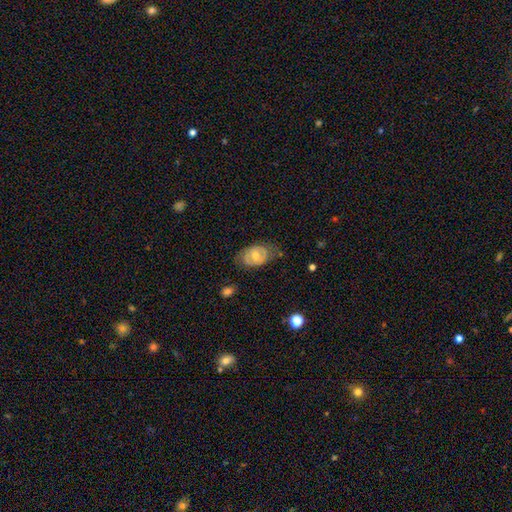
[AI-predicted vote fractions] Q: Smooth or featured?
A: featured or disk (56%); runner-up: smooth (37%)
Q: Edge-on disk?
A: no (95%); runner-up: yes (5%)
Q: Bar?
A: no (46%); runner-up: weak (42%)
Q: Spiral arms?
A: yes (60%); runner-up: no (40%)
Q: Bulge size?
A: moderate (60%); runner-up: small (33%)
Q: Merging?
A: none (63%); runner-up: minor disturbance (24%)